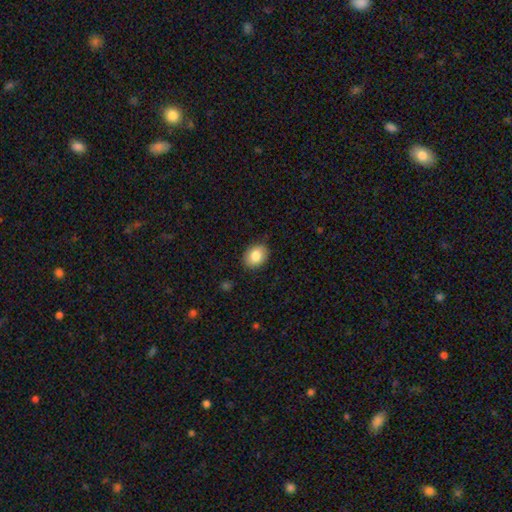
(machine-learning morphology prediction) smooth_or_featured: smooth (p=0.84) [alt: featured or disk p=0.08]
how_rounded: in between (p=0.57) [alt: round p=0.42]
merging: none (p=0.86) [alt: minor disturbance p=0.10]